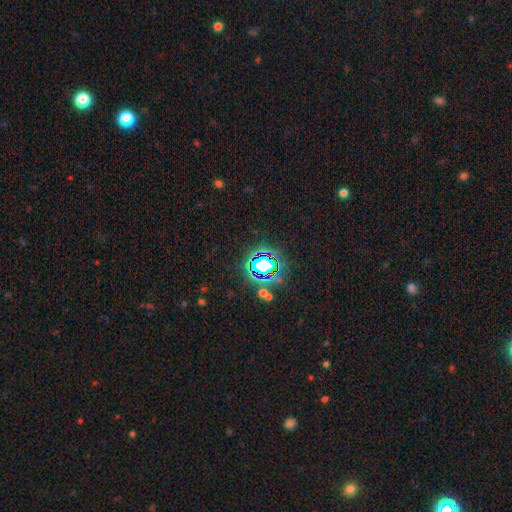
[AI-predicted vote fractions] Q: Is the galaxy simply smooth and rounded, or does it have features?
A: star or artifact — 69%.